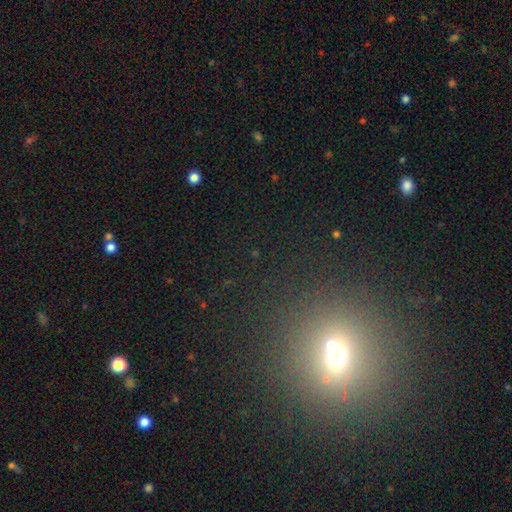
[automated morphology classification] smooth_or_featured: star or artifact (p=0.52) [alt: smooth p=0.34]